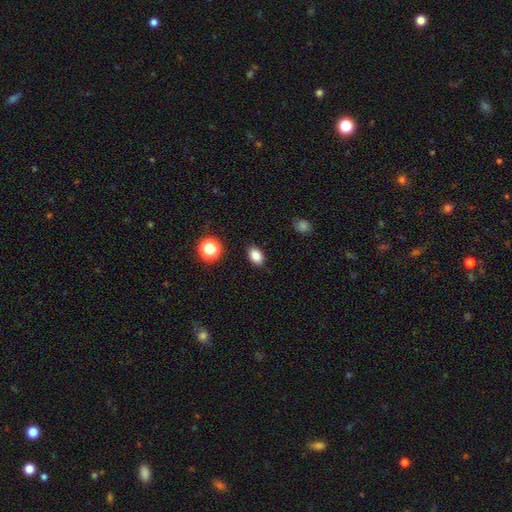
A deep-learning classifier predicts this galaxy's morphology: The model was most divided on "how rounded": in between: 82%, round: 17%, cigar-shaped: 1%. More confident: merging — none (87%); smooth or featured — smooth (84%).